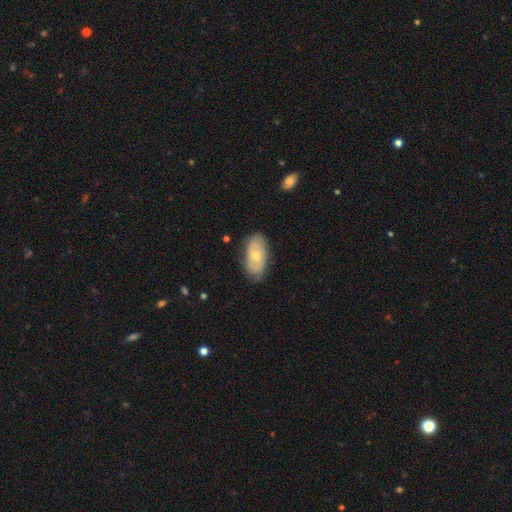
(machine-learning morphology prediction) A featured or disk galaxy (50%).

Vote fractions:
- Smooth or featured? featured or disk: 50% / smooth: 44% / star or artifact: 6%
- Edge-on disk? no: 91% / yes: 9%
- Merging? none: 74% / minor disturbance: 21% / major disturbance: 4% / merger: 1%